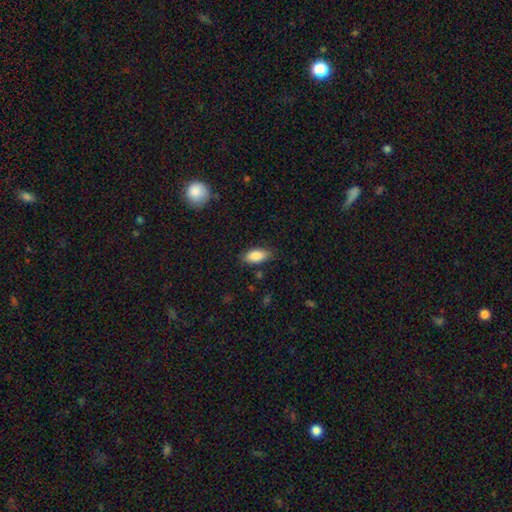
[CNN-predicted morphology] smooth 87%, star or artifact 7%, featured or disk 6%. Down the decision tree: how rounded — in between (89%); merging — none (82%).